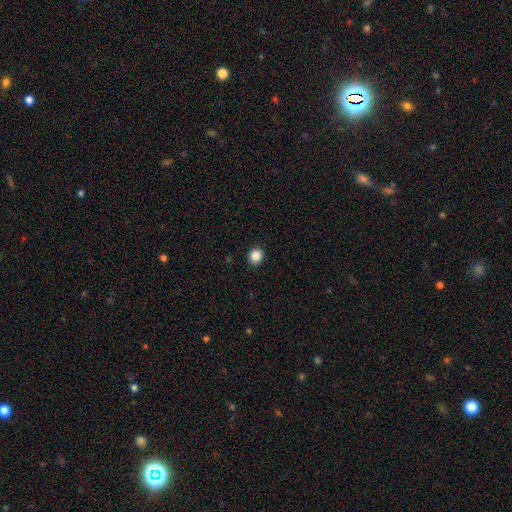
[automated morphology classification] Smooth or featured? Predicted: smooth (p=0.86). How rounded? Predicted: round (p=0.78). Merging? Predicted: none (p=0.92).